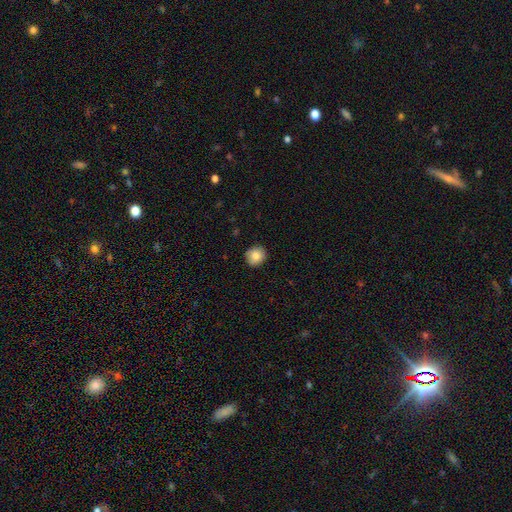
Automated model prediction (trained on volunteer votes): Morphology: type=smooth (85%); roundness=round (90%); merging=none (89%).